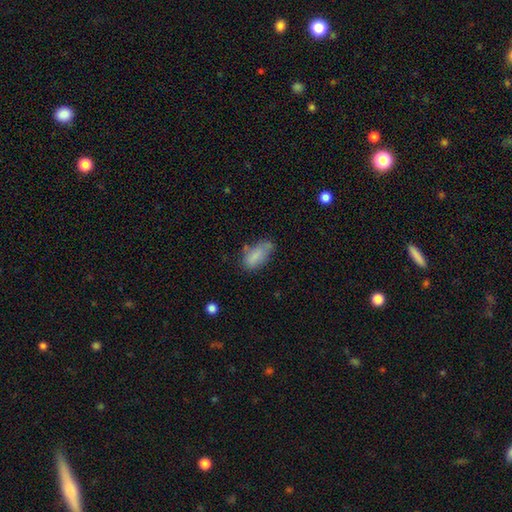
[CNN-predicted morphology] smooth_or_featured: smooth (p=0.79) [alt: featured or disk p=0.12]
how_rounded: in between (p=0.88) [alt: cigar-shaped p=0.09]
merging: none (p=0.49) [alt: minor disturbance p=0.32]